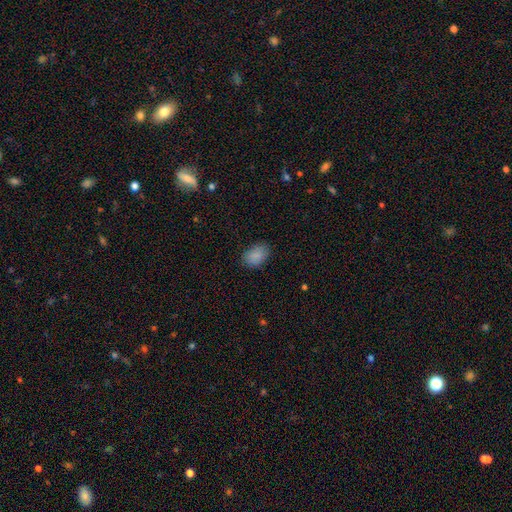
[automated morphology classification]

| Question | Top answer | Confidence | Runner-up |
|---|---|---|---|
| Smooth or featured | smooth | 88% | star or artifact (8%) |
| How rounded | in between | 81% | round (18%) |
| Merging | none | 83% | minor disturbance (13%) |